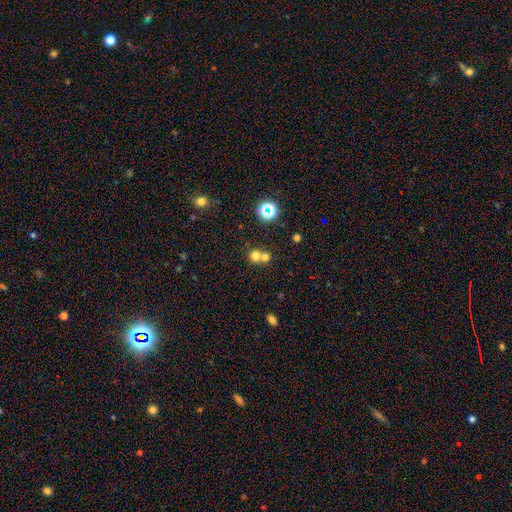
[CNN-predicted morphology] Smooth or featured?
  - smooth: 69% *
  - star or artifact: 20%
  - featured or disk: 11%
How rounded?
  - round: 85% *
  - in between: 14%
  - cigar-shaped: 1%
Merging?
  - merger: 52% *
  - none: 41%
  - minor disturbance: 5%
  - major disturbance: 2%